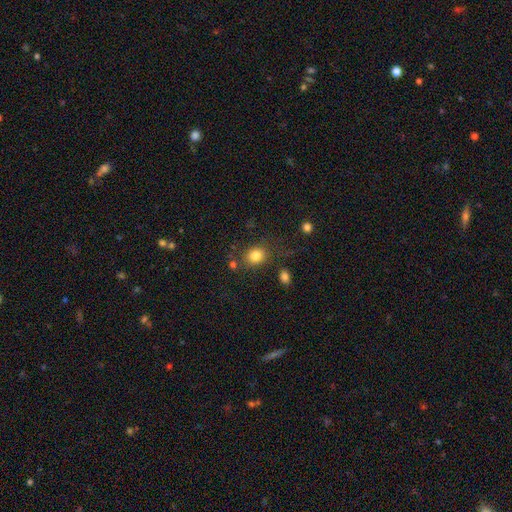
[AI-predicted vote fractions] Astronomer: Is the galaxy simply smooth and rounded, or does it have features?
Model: smooth — 83%.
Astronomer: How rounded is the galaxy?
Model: round — 65%.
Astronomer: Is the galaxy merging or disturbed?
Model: none — 75%.